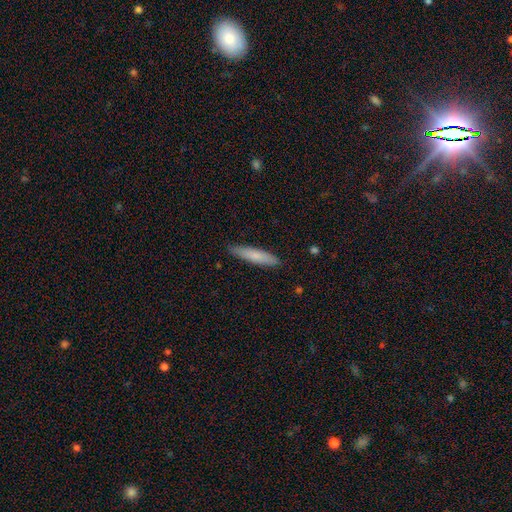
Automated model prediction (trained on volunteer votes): smooth_or_featured: smooth (p=0.78) [alt: featured or disk p=0.17]
how_rounded: cigar-shaped (p=0.85) [alt: in between p=0.14]
merging: none (p=0.88) [alt: minor disturbance p=0.09]